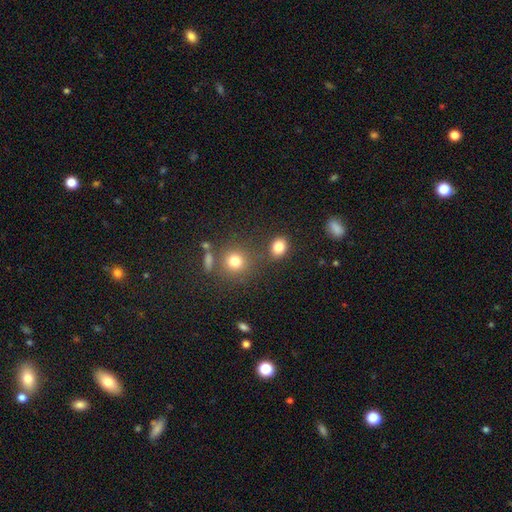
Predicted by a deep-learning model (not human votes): Smooth or featured? Predicted: smooth (p=0.52). How rounded? Predicted: round (p=0.90). Merging? Predicted: none (p=0.69).